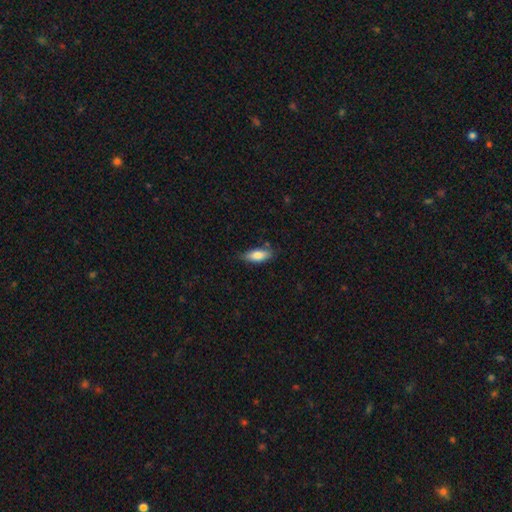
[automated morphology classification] Smooth or featured? smooth (80%)
How rounded? in between (77%)
Merging? none (71%)